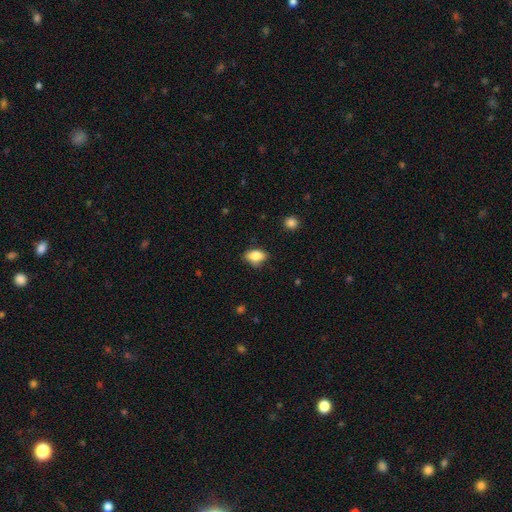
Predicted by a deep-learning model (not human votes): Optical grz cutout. It shows a smooth galaxy with no disk features (84%) that is in between round and cigar-shaped (86%). Merging: none (74%).